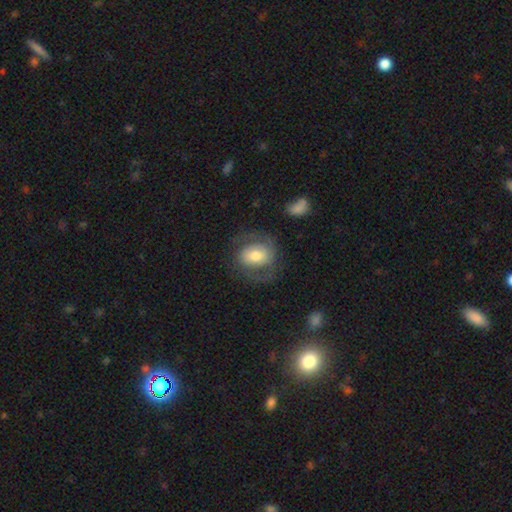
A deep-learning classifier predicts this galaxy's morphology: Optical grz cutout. It shows a featured or disk galaxy (64%) with a weak bar (41%, tied with no), 2 (84%) medium (48%) spiral arms (84%) and a moderate central bulge (61%). Merging: none (68%).